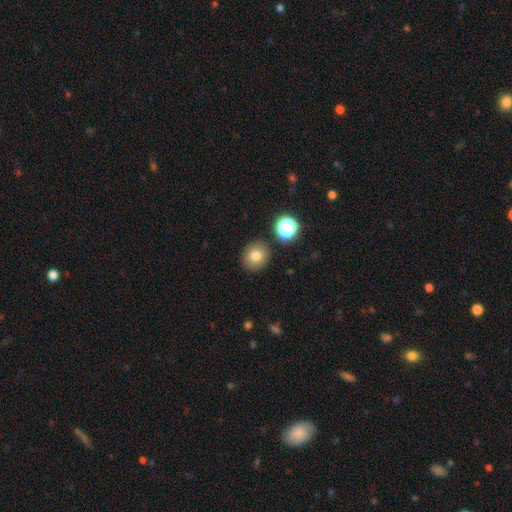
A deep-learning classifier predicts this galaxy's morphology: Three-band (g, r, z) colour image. It shows a smooth galaxy with no disk features (78%) that is round (86%). Merging: none (87%).